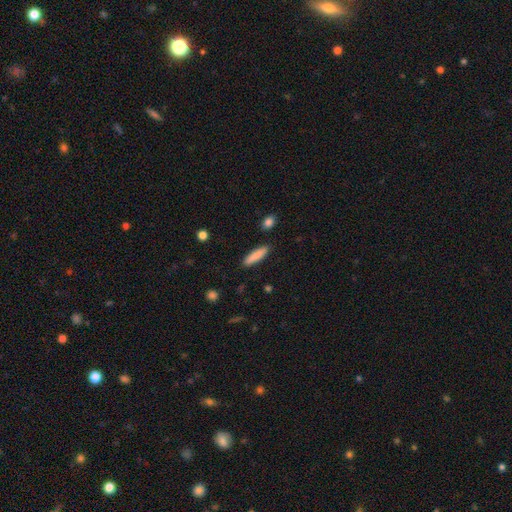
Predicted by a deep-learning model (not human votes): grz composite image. It shows a smooth galaxy with no disk features (85%) that is cigar-shaped (79%). Merging: none (89%).